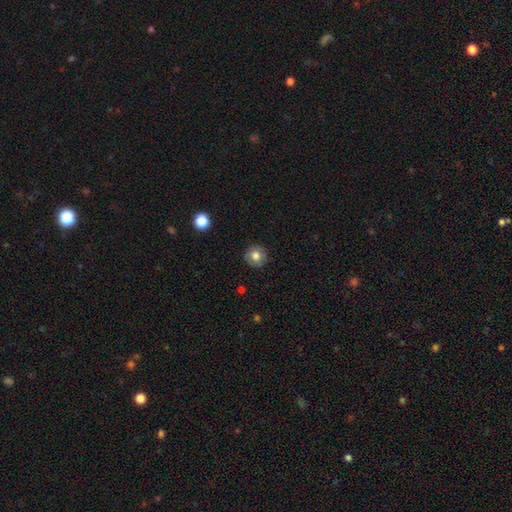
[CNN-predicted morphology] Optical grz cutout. It shows a smooth galaxy with no disk features (81%) that is round (93%). Merging: none (89%).